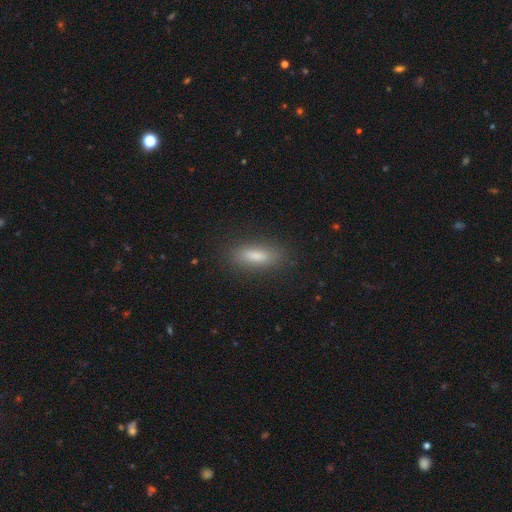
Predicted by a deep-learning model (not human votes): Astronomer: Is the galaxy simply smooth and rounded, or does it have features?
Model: smooth — 77%.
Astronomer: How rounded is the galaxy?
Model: in between — 51% (runner-up: cigar-shaped, 47%).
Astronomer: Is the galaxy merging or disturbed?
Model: none — 85%.